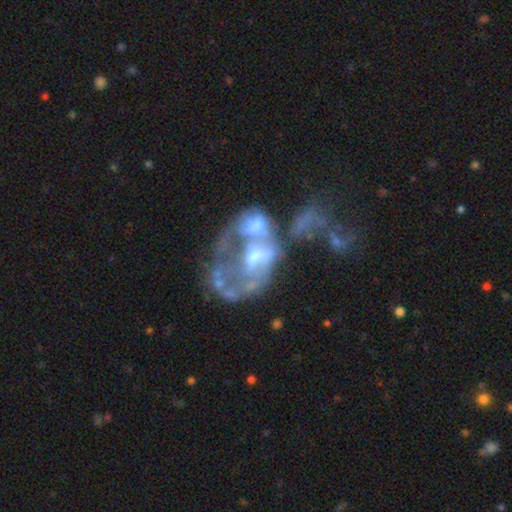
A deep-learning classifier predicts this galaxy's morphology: featured or disk 73%, smooth 14%, star or artifact 13%. Down the decision tree: edge-on disk — no (97%); bar — no (77%); spiral arms — no (70%); bulge size — moderate (48%); merging — merger (62%).